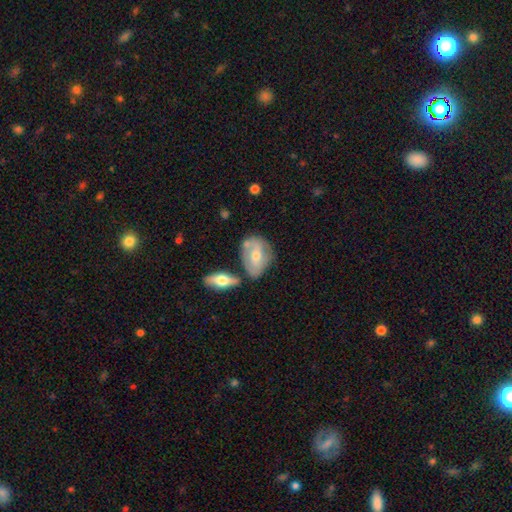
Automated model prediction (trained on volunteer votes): Smooth or featured: featured or disk — 53% (smooth — 40%)
Edge-on disk: no — 87% (yes — 13%)
Merging: none — 50% (minor disturbance — 23%)